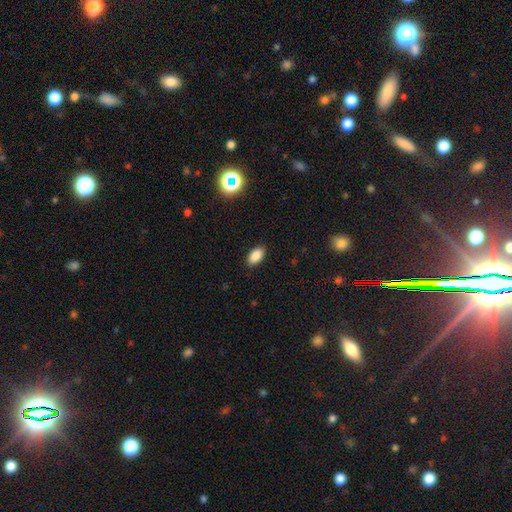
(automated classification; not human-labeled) Morphology: type=smooth (86%); roundness=in between (92%); merging=none (88%).